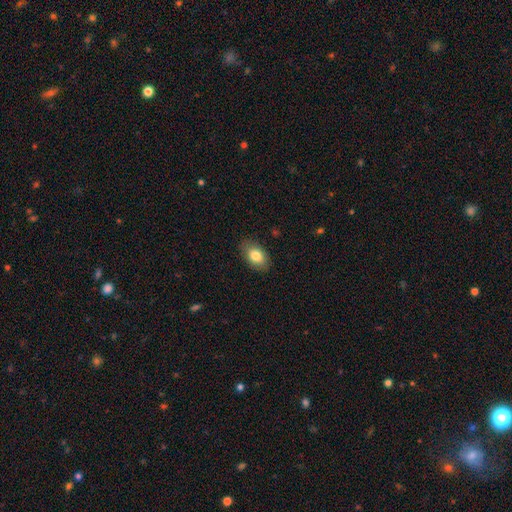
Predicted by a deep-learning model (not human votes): This appears to be a smooth galaxy with no disk features (82%) that is in between round and cigar-shaped (89%). Merging: none (85%).